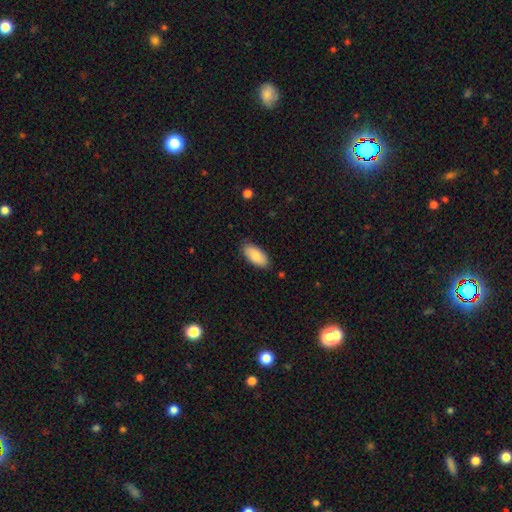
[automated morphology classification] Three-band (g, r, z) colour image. It shows a smooth galaxy with no disk features (85%) that is in between round and cigar-shaped (93%). Merging: none (85%).